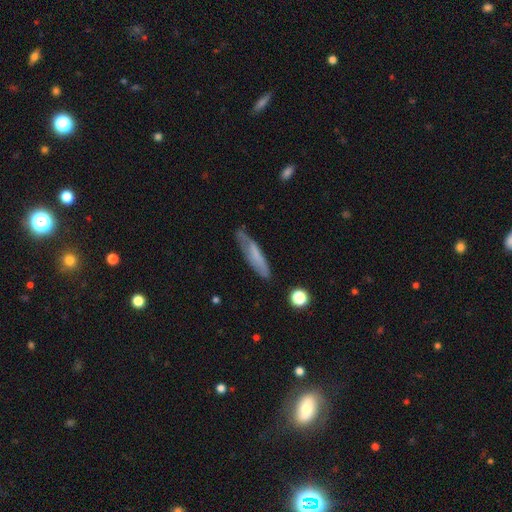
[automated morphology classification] Smooth or featured?
  - smooth: 58% *
  - featured or disk: 34%
  - star or artifact: 8%
How rounded?
  - cigar-shaped: 79% *
  - in between: 19%
  - round: 2%
Merging?
  - none: 70% *
  - minor disturbance: 22%
  - major disturbance: 7%
  - merger: 2%